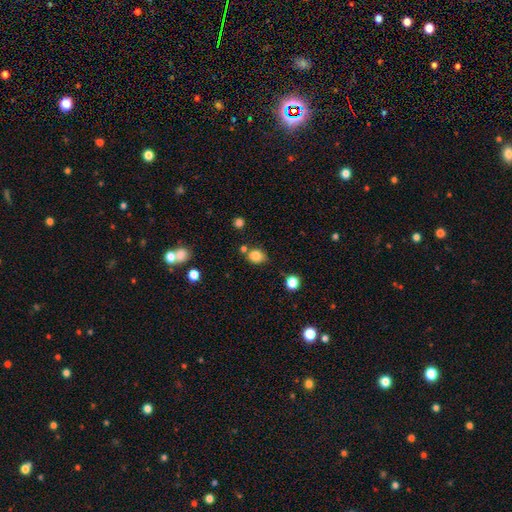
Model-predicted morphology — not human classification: smooth_or_featured: smooth (p=0.83) [alt: star or artifact p=0.11]
how_rounded: in between (p=0.50) [alt: round p=0.49]
merging: none (p=0.64) [alt: minor disturbance p=0.19]